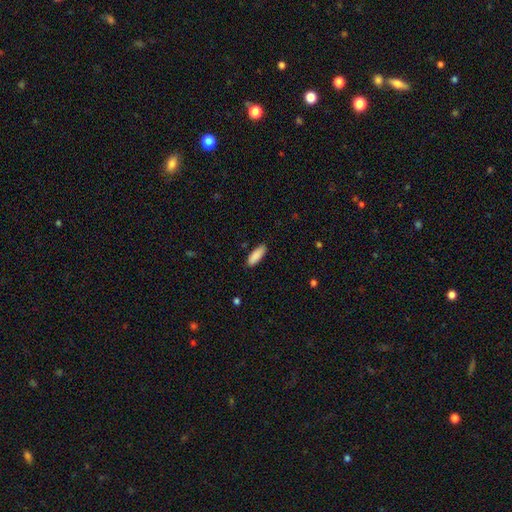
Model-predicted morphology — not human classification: type=smooth (90%); roundness=in between (65%); merging=none (87%).